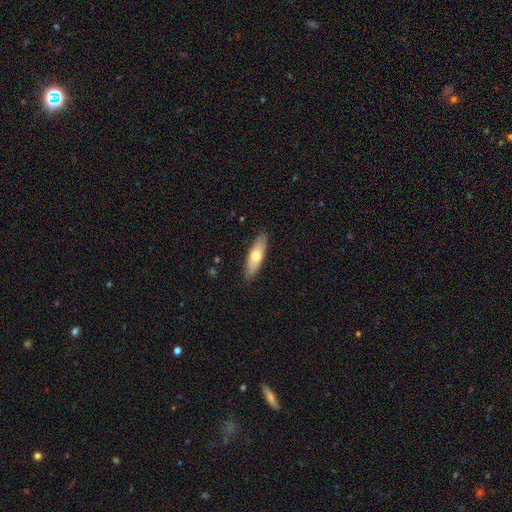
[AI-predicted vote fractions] smooth_or_featured: smooth (p=0.64) [alt: featured or disk p=0.30]
how_rounded: in between (p=0.50) [alt: cigar-shaped p=0.48]
merging: none (p=0.86) [alt: minor disturbance p=0.11]